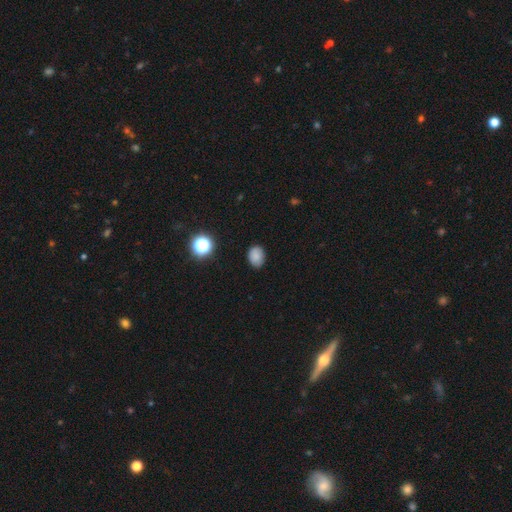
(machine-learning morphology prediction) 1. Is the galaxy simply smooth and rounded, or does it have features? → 83% smooth, 12% star or artifact, 5% featured or disk.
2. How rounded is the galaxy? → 65% in between, 34% round, 1% cigar-shaped.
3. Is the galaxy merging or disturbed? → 83% none, 13% minor disturbance, 3% major disturbance, 1% merger.